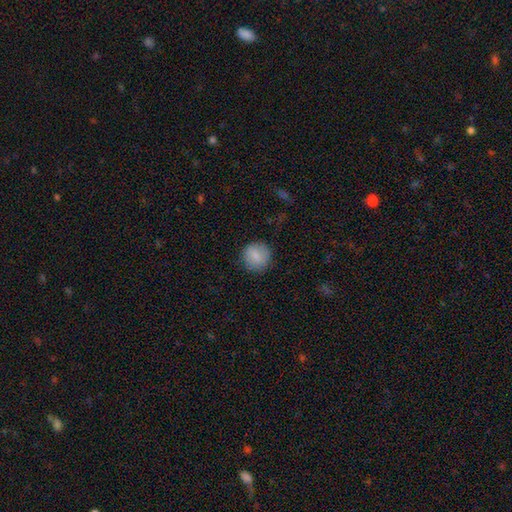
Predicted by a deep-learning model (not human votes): Smooth or featured: smooth — 81% (featured or disk — 11%)
How rounded: round — 91% (in between — 8%)
Merging: none — 88% (minor disturbance — 9%)